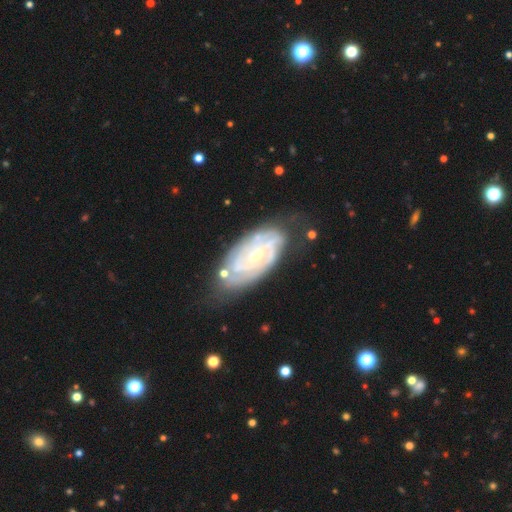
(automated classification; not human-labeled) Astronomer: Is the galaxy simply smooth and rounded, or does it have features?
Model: featured or disk — 84%.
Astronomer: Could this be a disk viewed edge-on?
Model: no — 95%.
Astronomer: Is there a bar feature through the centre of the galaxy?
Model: no — 46% (runner-up: weak, 40%).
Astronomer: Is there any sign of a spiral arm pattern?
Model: yes — 94%.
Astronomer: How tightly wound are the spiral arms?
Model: tight — 68%.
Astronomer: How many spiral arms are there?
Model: can't tell — 33%, tied with 2 at 33%.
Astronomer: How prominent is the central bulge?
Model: small — 70%.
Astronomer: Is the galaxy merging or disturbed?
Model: none — 65%.